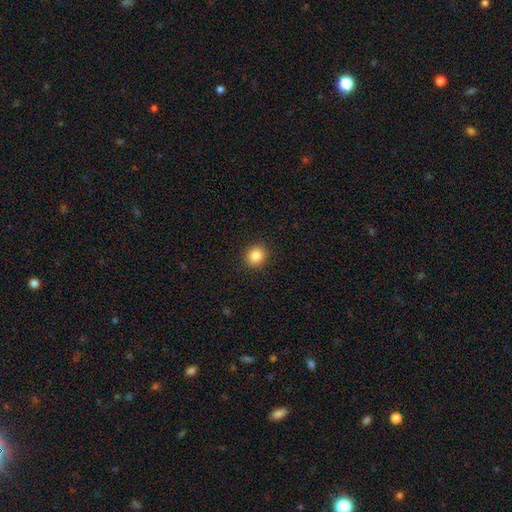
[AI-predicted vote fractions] The model was most divided on "how rounded": round: 79%, in between: 20%, cigar-shaped: 1%. More confident: merging — none (91%); smooth or featured — smooth (85%).